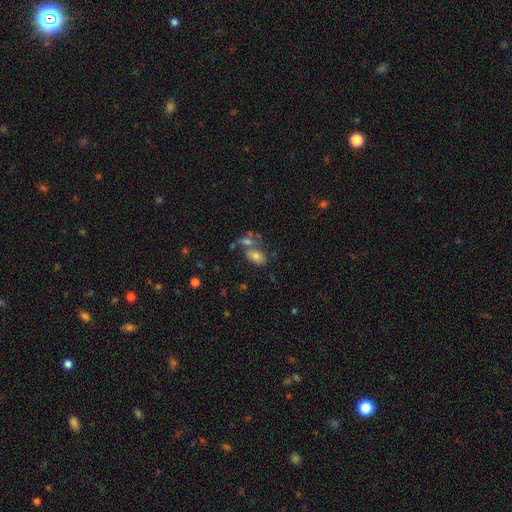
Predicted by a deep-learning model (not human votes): Smooth or featured: smooth — 69% (featured or disk — 18%)
How rounded: in between — 88% (round — 9%)
Merging: none — 47% (merger — 31%)